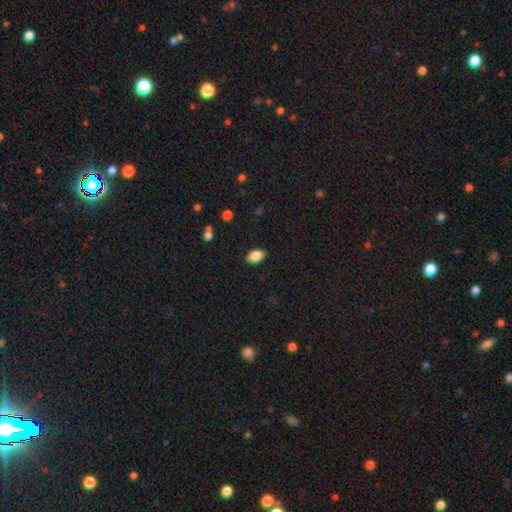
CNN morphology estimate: Smooth or featured?
  - smooth: 85% *
  - star or artifact: 8%
  - featured or disk: 7%
How rounded?
  - in between: 90% *
  - round: 8%
  - cigar-shaped: 2%
Merging?
  - none: 86% *
  - minor disturbance: 11%
  - major disturbance: 2%
  - merger: 1%